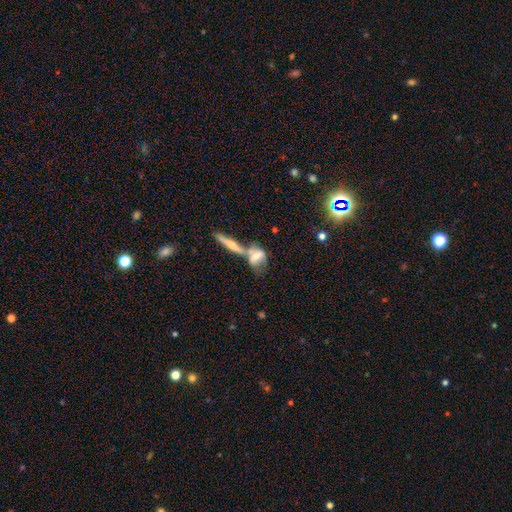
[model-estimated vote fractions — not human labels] This appears to be a smooth galaxy with no disk features (47%). Merging: merger (55%).